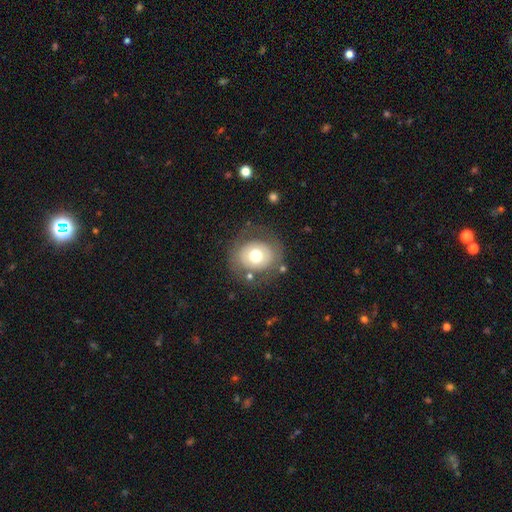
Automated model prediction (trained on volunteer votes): This is possibly a smooth galaxy (59%). How rounded: clearly round (81%). Merging: likely none (76%).